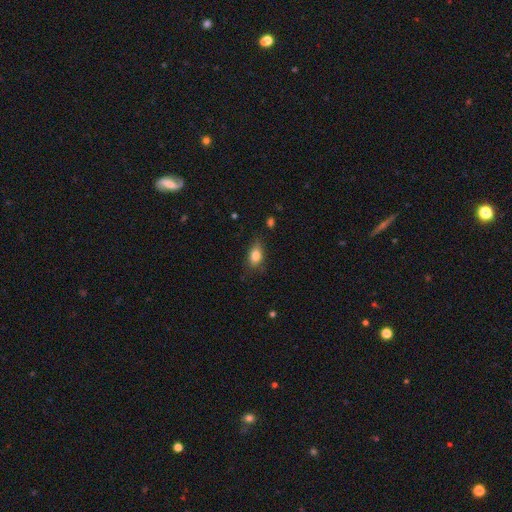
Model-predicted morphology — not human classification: Smooth or featured: smooth — 81% (featured or disk — 11%)
How rounded: in between — 82% (round — 13%)
Merging: none — 73% (minor disturbance — 21%)